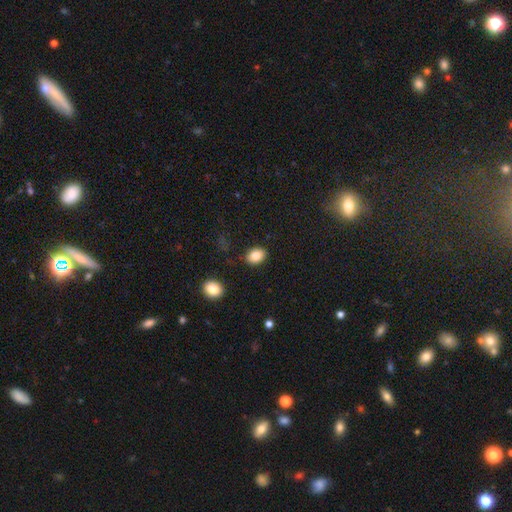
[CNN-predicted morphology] Smooth or featured? smooth (86%)
How rounded? in between (73%)
Merging? none (86%)